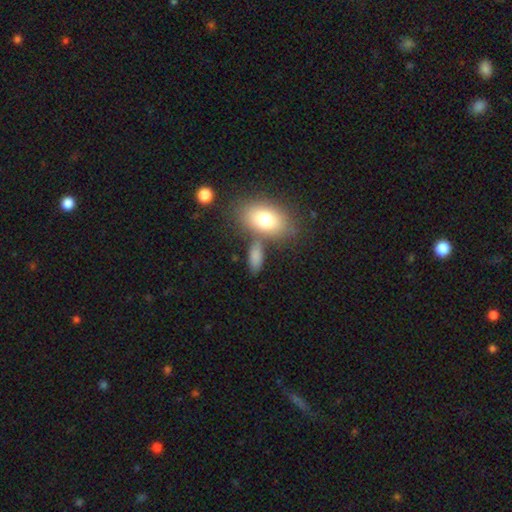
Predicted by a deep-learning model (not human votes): Smooth or featured?
  - smooth: 80% *
  - featured or disk: 11%
  - star or artifact: 9%
How rounded?
  - in between: 83% *
  - cigar-shaped: 11%
  - round: 6%
Merging?
  - none: 59% *
  - merger: 19%
  - minor disturbance: 16%
  - major disturbance: 7%